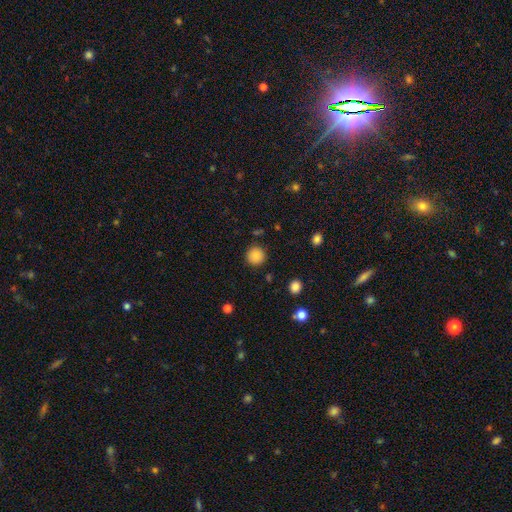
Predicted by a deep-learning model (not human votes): Q: Smooth or featured?
A: smooth (87%); runner-up: star or artifact (10%)
Q: How rounded?
A: round (94%); runner-up: in between (5%)
Q: Merging?
A: none (90%); runner-up: minor disturbance (6%)